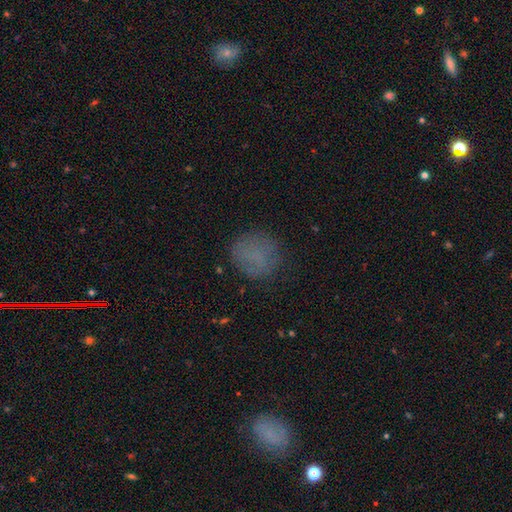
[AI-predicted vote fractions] Morphology: type=smooth (71%); roundness=round (80%); merging=none (76%).